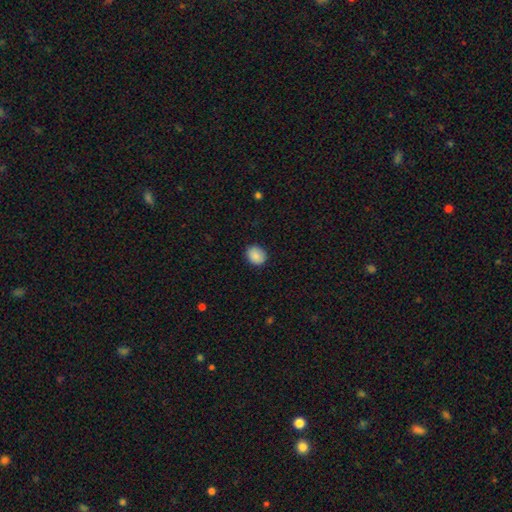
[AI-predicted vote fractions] Q: Smooth or featured?
A: smooth (87%); runner-up: star or artifact (8%)
Q: How rounded?
A: round (57%); runner-up: in between (42%)
Q: Merging?
A: none (87%); runner-up: minor disturbance (9%)